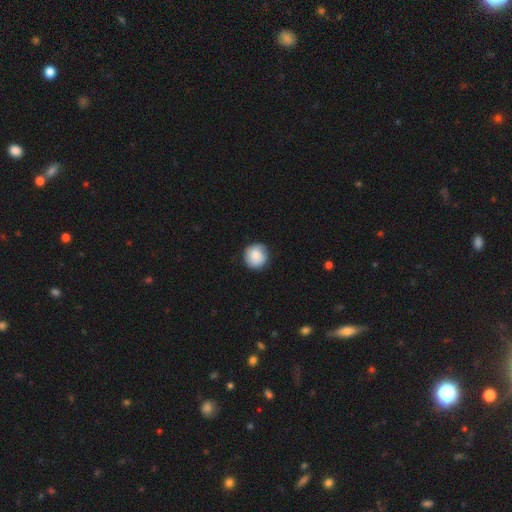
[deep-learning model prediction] Smooth or featured? smooth (84%)
How rounded? round (93%)
Merging? none (81%)